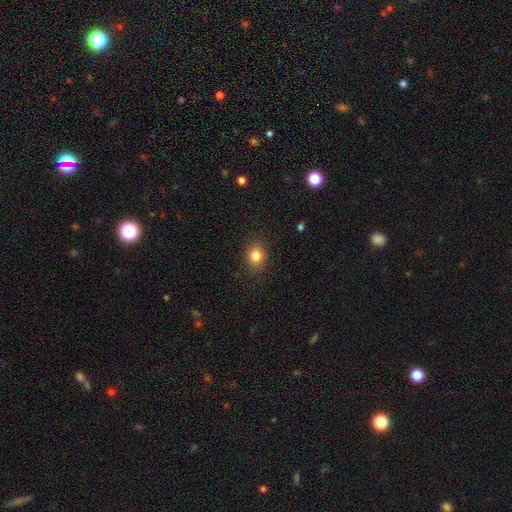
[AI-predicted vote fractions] Smooth or featured? Predicted: smooth (p=0.83). How rounded? Predicted: round (p=0.58). Merging? Predicted: none (p=0.87).